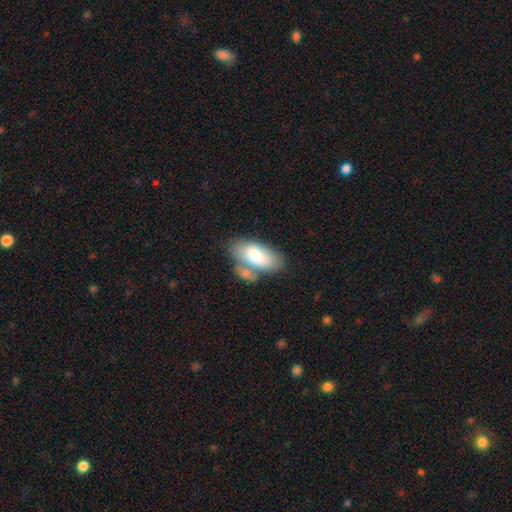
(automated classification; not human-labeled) A smooth galaxy with no disk features (75%) that is in between round and cigar-shaped (91%). Merging: none (43%).